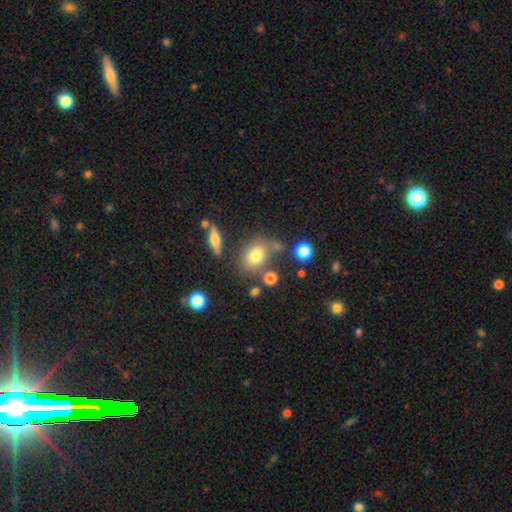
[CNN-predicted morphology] This appears to be a smooth galaxy with no disk features (74%) that is in between round and cigar-shaped (53%). Merging: none (65%).